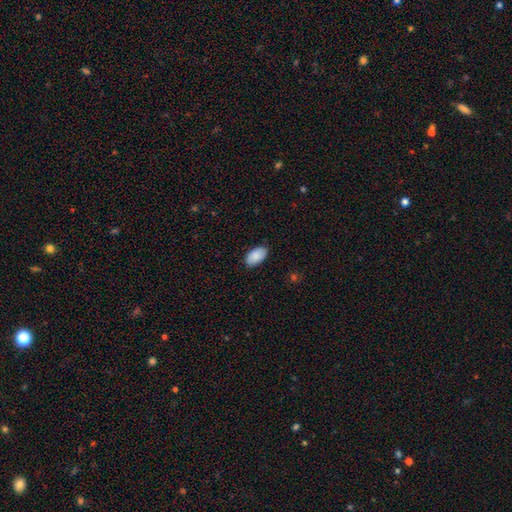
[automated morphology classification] Smooth or featured?
  - smooth: 89% *
  - star or artifact: 6%
  - featured or disk: 5%
How rounded?
  - in between: 95% *
  - round: 3%
  - cigar-shaped: 1%
Merging?
  - none: 86% *
  - minor disturbance: 11%
  - major disturbance: 2%
  - merger: 1%